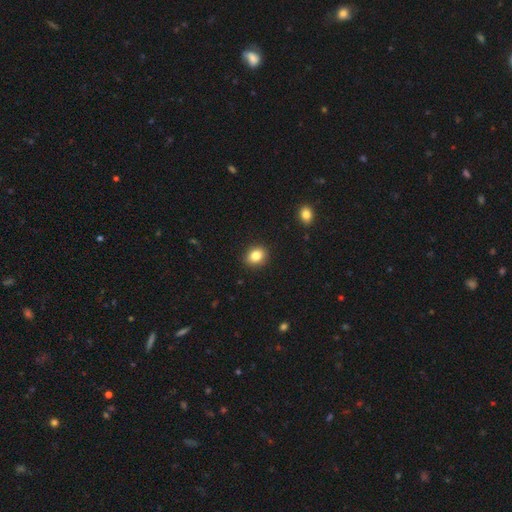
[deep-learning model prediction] A smooth galaxy with no disk features (84%) that is round (54%).

Vote fractions:
- Smooth or featured? smooth: 84% / star or artifact: 10% / featured or disk: 6%
- How rounded? round: 54% / in between: 45% / cigar-shaped: 1%
- Merging? none: 90% / minor disturbance: 7% / major disturbance: 2% / merger: 1%